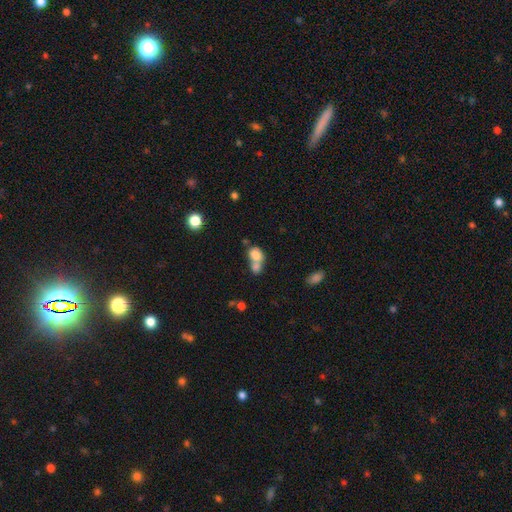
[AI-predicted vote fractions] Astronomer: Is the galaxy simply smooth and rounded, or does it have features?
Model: smooth — 78%.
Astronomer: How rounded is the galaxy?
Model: in between — 62%.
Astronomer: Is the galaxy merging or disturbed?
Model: merger — 67%.